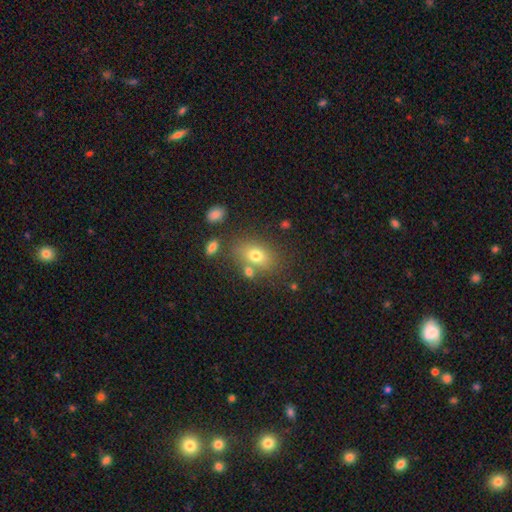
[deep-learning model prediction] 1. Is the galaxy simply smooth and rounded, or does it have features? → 73% smooth, 15% featured or disk, 12% star or artifact.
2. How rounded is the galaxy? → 74% in between, 24% round, 2% cigar-shaped.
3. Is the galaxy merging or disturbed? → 66% none, 14% minor disturbance, 14% merger, 6% major disturbance.